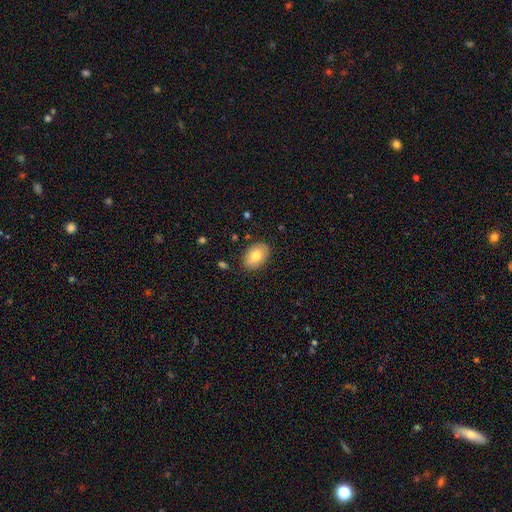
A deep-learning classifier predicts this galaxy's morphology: Smooth or featured: smooth — 78% (featured or disk — 15%)
How rounded: in between — 86% (round — 13%)
Merging: none — 85% (minor disturbance — 12%)